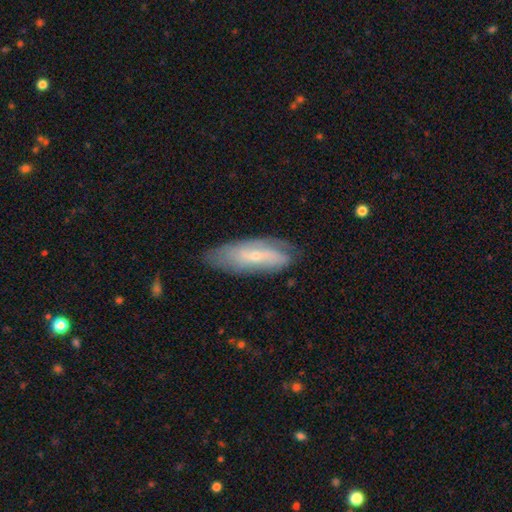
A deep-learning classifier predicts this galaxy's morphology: Q: Smooth or featured?
A: featured or disk (60%); runner-up: smooth (33%)
Q: Edge-on disk?
A: no (79%); runner-up: yes (21%)
Q: Merging?
A: none (69%); runner-up: minor disturbance (22%)